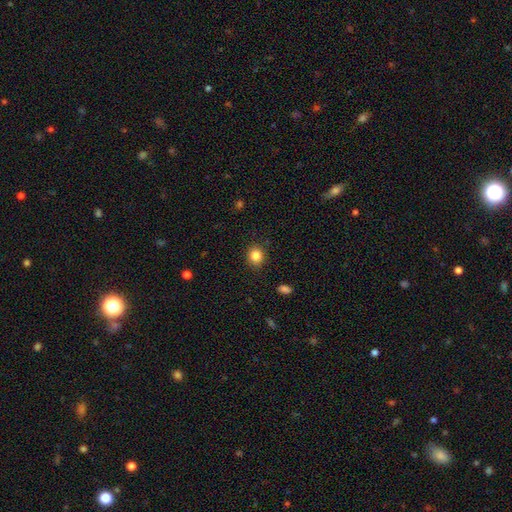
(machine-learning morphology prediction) smooth-or-featured: smooth: 85% | star or artifact: 10% | featured or disk: 5%
  how-rounded: round: 74% | in between: 25% | cigar-shaped: 1%
  merging: none: 89% | minor disturbance: 8% | major disturbance: 2% | merger: 1%